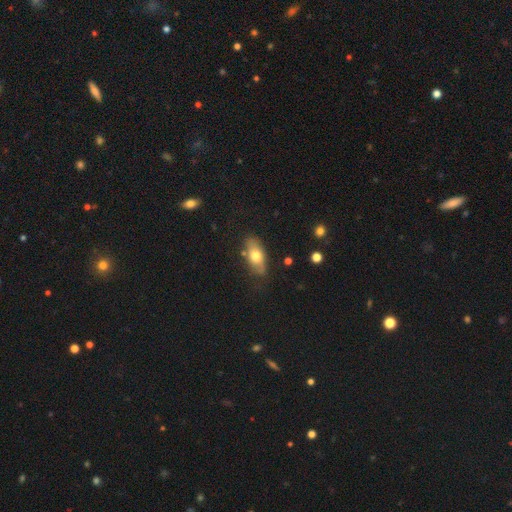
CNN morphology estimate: This is likely a smooth galaxy (67%). How rounded: clearly in between (83%). Merging: likely none (75%).